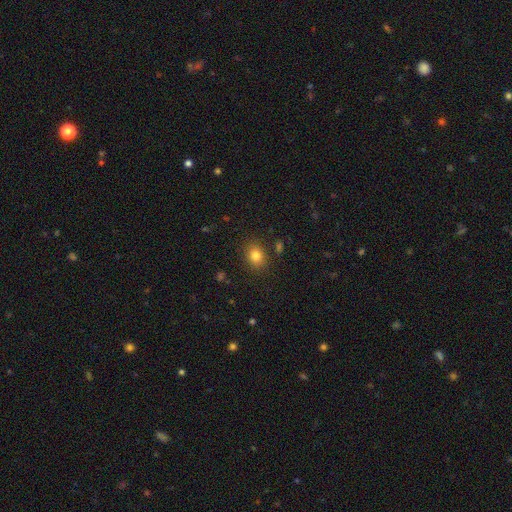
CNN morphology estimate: Overall: smooth (80%). How rounded: round (61%; in between 39%). Merging: none (87%).